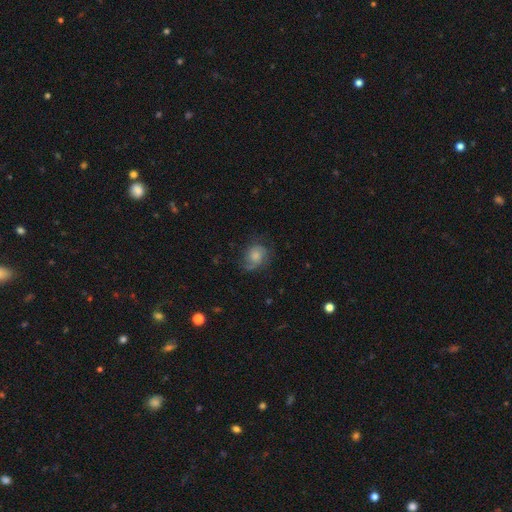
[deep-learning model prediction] Morphology: type=featured or disk (50%); edge-on=no (97%); merging=none (61%).